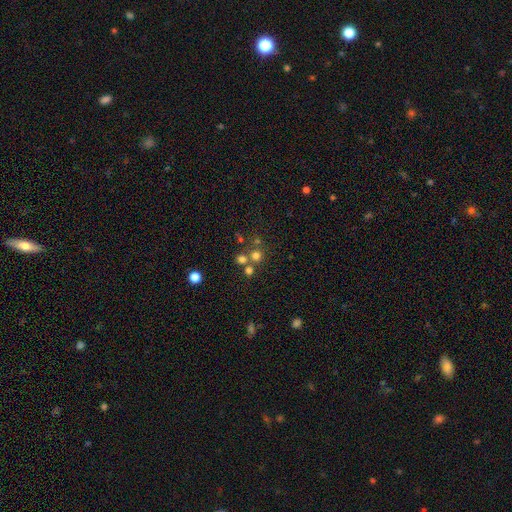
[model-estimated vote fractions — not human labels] The model was most divided on "merging": none: 61%, merger: 30%, minor disturbance: 6%, major disturbance: 3%. More confident: how rounded — round (91%); smooth or featured — smooth (67%).